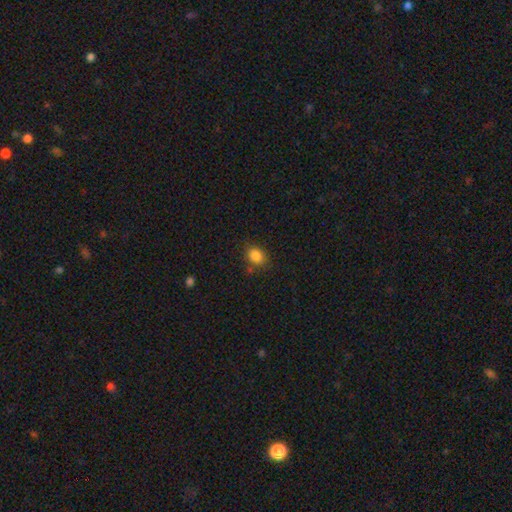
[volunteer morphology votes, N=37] smooth-or-featured: smooth: 97% | featured or disk: 3% | star or artifact: 0%
  how-rounded: in between: 53% | round: 47% | cigar-shaped: 0%
  merging: none: 70% | minor disturbance: 19% | major disturbance: 8% | merger: 3%